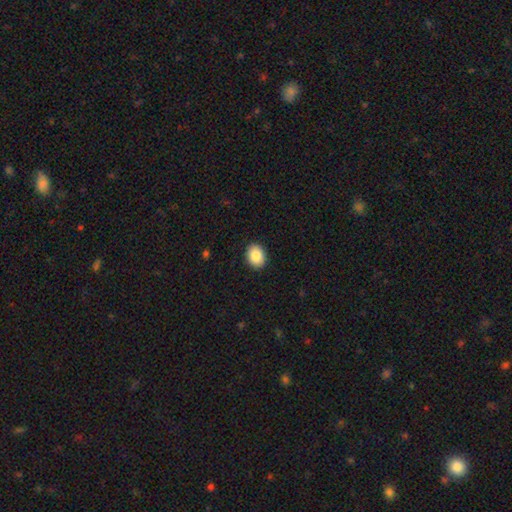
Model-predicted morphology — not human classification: smooth 88%, star or artifact 7%, featured or disk 4%. Down the decision tree: how rounded — in between (62%); merging — none (91%).